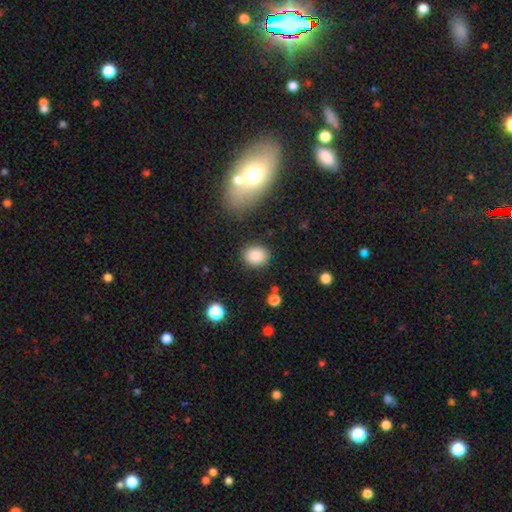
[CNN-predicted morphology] type=smooth (86%); roundness=round (70%); merging=none (85%).